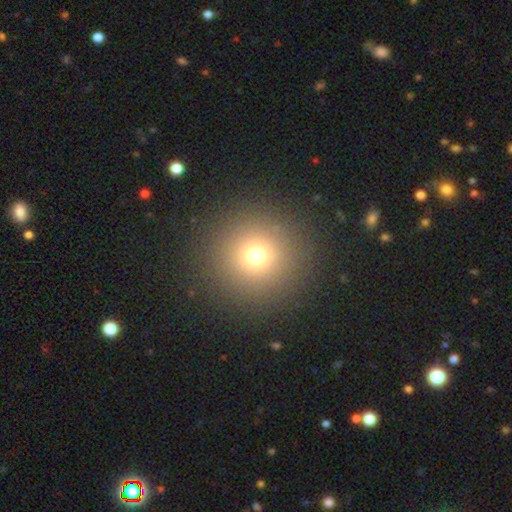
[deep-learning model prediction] smooth-or-featured: smooth: 71% | star or artifact: 19% | featured or disk: 10%
  how-rounded: round: 95% | in between: 4% | cigar-shaped: 1%
  merging: none: 90% | minor disturbance: 5% | major disturbance: 3% | merger: 1%